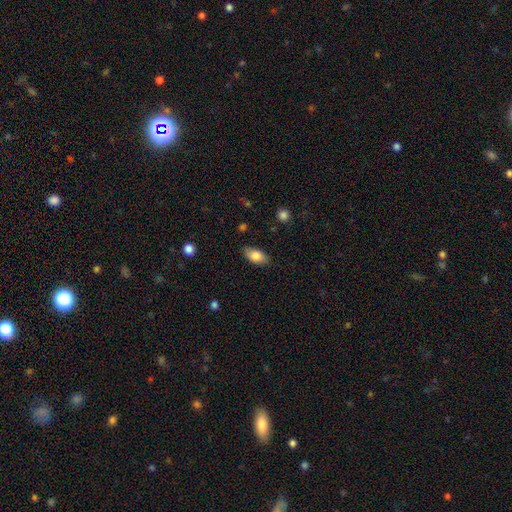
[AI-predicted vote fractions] Smooth or featured? smooth (84%)
How rounded? in between (92%)
Merging? none (83%)